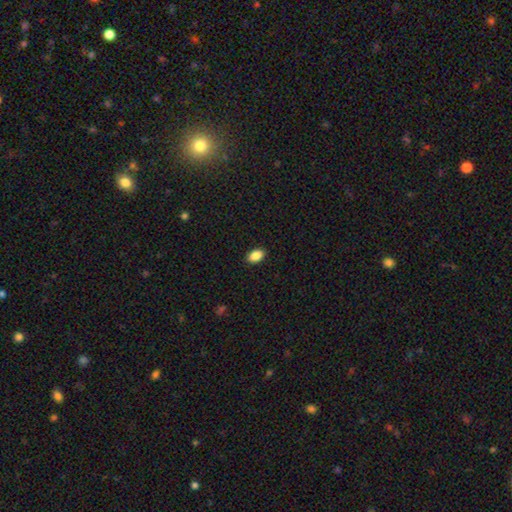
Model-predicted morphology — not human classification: type=smooth (88%); roundness=in between (90%); merging=none (90%).